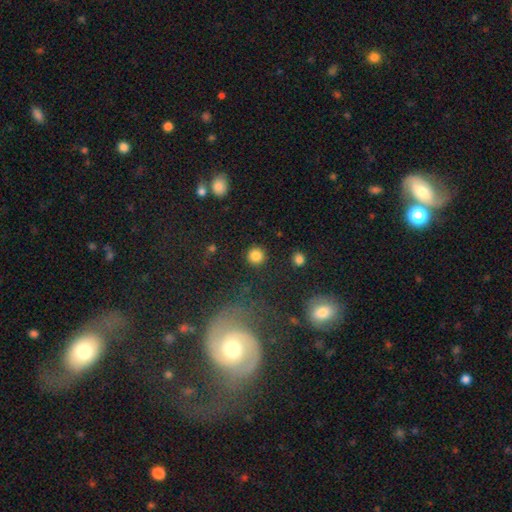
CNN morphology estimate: smooth_or_featured: smooth (p=0.84) [alt: star or artifact p=0.11]
how_rounded: round (p=0.94) [alt: in between p=0.05]
merging: none (p=0.91) [alt: minor disturbance p=0.06]